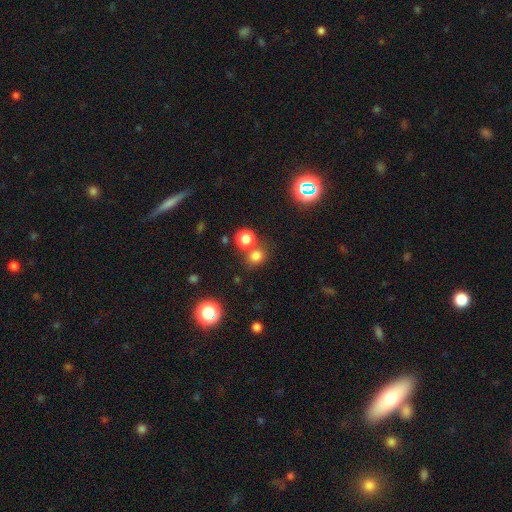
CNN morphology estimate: smooth-or-featured: smooth: 76% | star or artifact: 18% | featured or disk: 6%
  how-rounded: round: 78% | in between: 21% | cigar-shaped: 1%
  merging: none: 65% | merger: 23% | minor disturbance: 8% | major disturbance: 4%